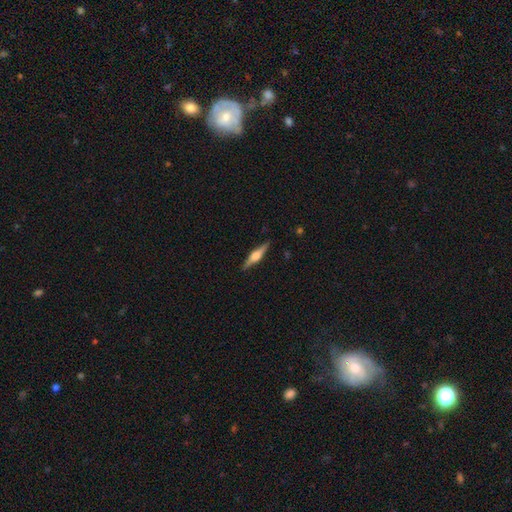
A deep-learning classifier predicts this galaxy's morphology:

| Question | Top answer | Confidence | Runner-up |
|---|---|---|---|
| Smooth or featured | featured or disk | 67% | smooth (28%) |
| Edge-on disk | yes | 97% | no (3%) |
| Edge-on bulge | rounded | 88% | boxy (9%) |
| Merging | none | 89% | minor disturbance (8%) |